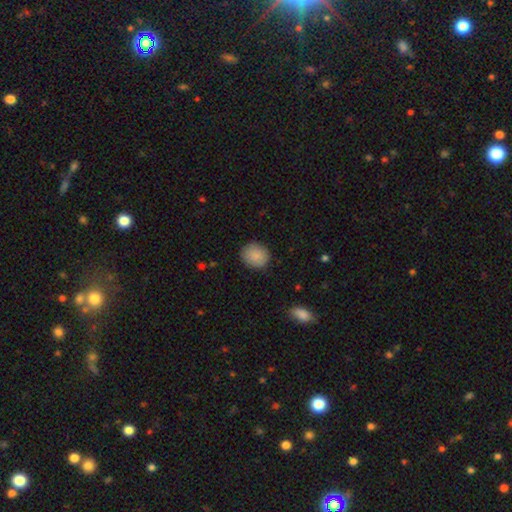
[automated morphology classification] type=smooth (88%); roundness=round (77%); merging=none (87%).